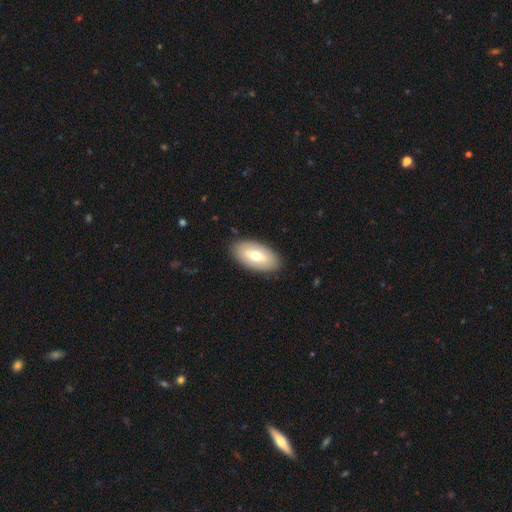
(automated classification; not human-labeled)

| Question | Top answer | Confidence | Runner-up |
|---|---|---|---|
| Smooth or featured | smooth | 62% | featured or disk (32%) |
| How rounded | in between | 94% | cigar-shaped (3%) |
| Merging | none | 88% | minor disturbance (9%) |